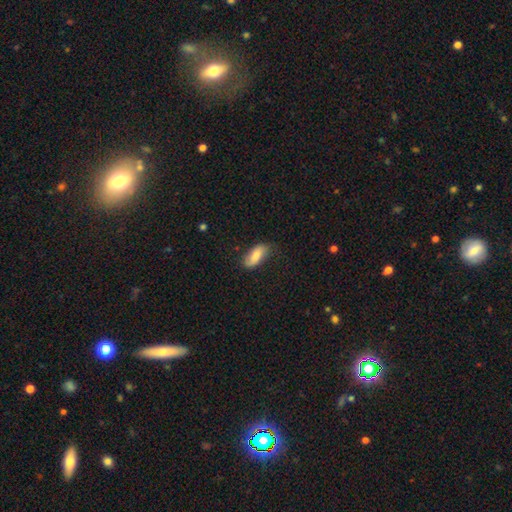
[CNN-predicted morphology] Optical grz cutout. It shows a smooth galaxy with no disk features (79%) that is in between round and cigar-shaped (85%). Merging: none (67%).